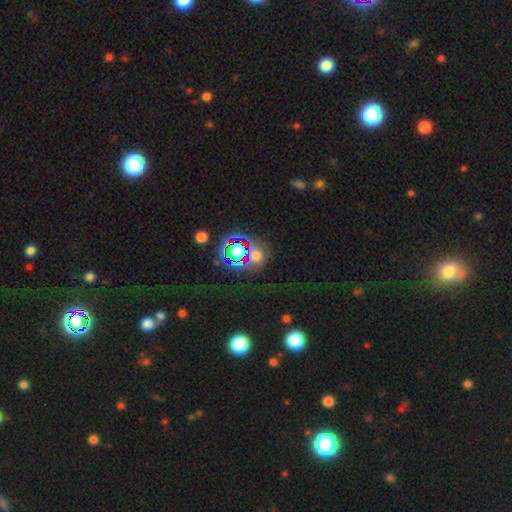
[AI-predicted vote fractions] The model was most divided on "smooth or featured": star or artifact: 47%, smooth: 40%, featured or disk: 14%.